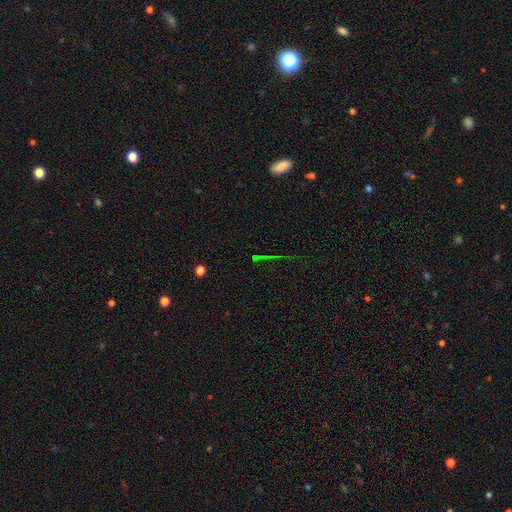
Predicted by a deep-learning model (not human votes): This is likely a star or artifact rather than a galaxy (73%).